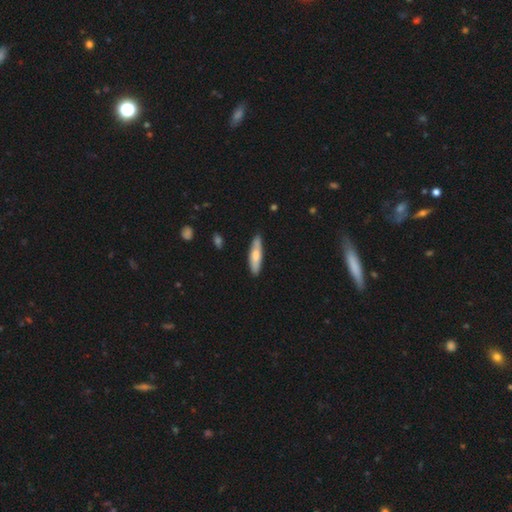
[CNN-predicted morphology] smooth 67%, featured or disk 28%, star or artifact 5%. Down the decision tree: how rounded — cigar-shaped (72%); merging — none (84%).